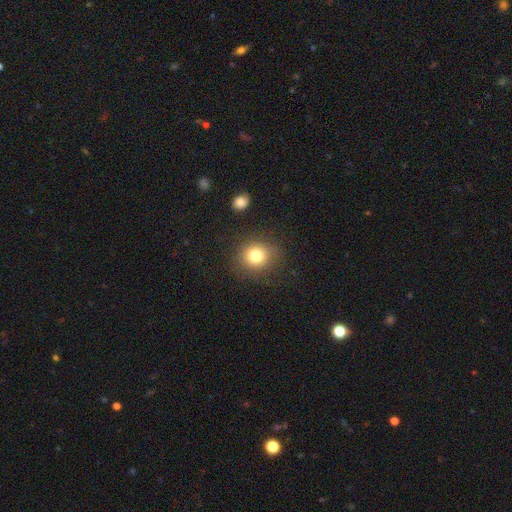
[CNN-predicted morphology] The model was most divided on "how rounded": round: 81%, in between: 18%, cigar-shaped: 1%. More confident: merging — none (82%); smooth or featured — smooth (78%).